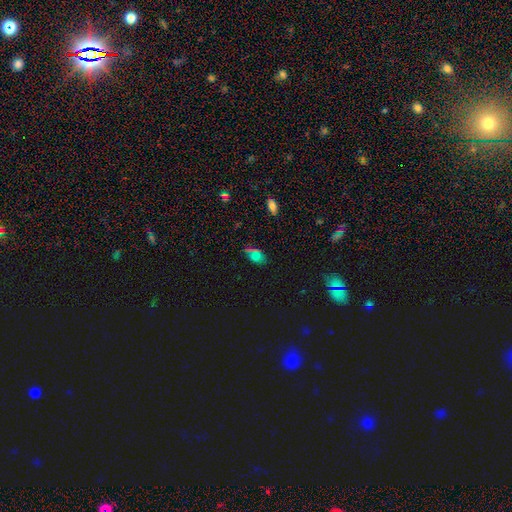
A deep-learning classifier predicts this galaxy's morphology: Smooth or featured: smooth — 49% (star or artifact — 35%)
Merging: none — 58% (minor disturbance — 19%)